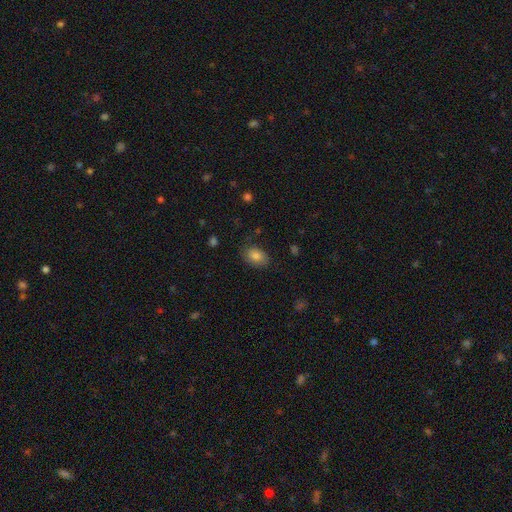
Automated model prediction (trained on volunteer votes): This appears to be a smooth galaxy with no disk features (83%) that is in between round and cigar-shaped (80%). Merging: none (79%).